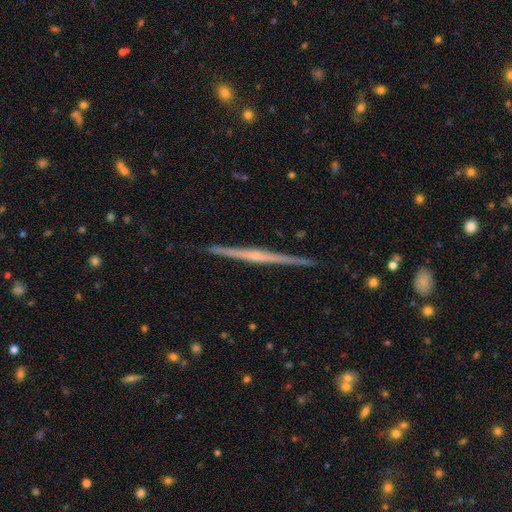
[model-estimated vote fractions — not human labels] The model was most divided on "edge-on bulge": rounded: 50%, none: 37%, boxy: 13%. More confident: edge-on disk — yes (99%); merging — none (92%); smooth or featured — featured or disk (81%).